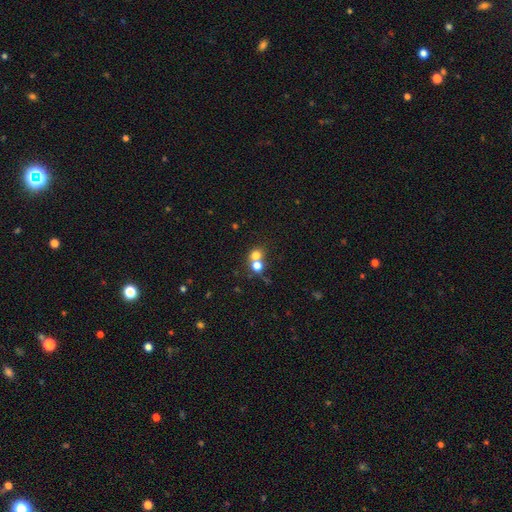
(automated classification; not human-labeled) Smooth or featured? smooth (71%)
How rounded? round (77%)
Merging? merger (57%)